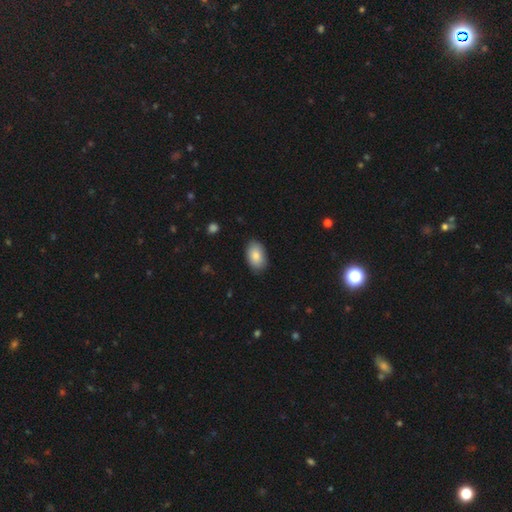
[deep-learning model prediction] The model was most divided on "merging": none: 87%, minor disturbance: 10%, major disturbance: 2%, merger: 1%. More confident: how rounded — in between (92%); smooth or featured — smooth (85%).